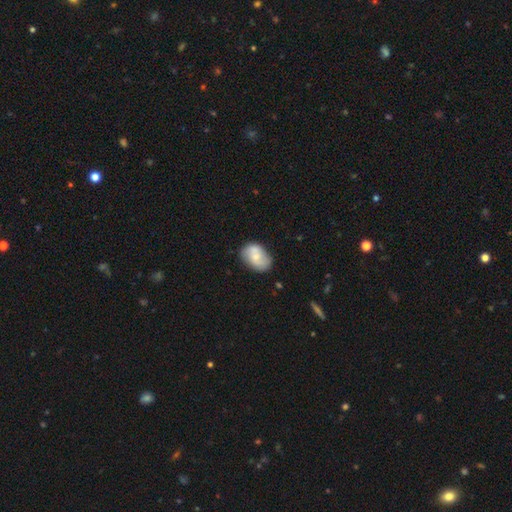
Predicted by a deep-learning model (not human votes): This is possibly a smooth galaxy (56%). How rounded: clearly in between (82%). Merging: likely none (63%).